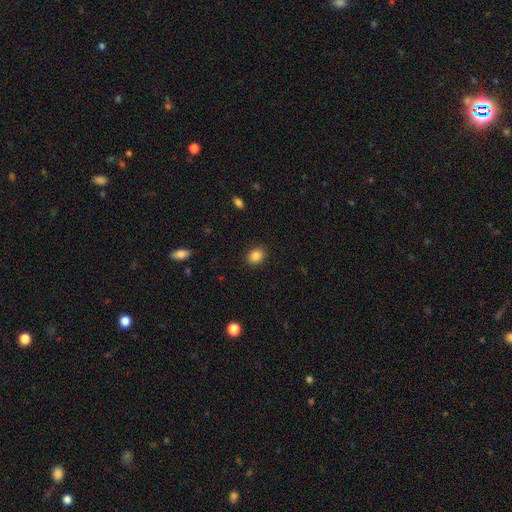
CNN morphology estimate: Smooth or featured? smooth (86%)
How rounded? round (56%)
Merging? none (89%)